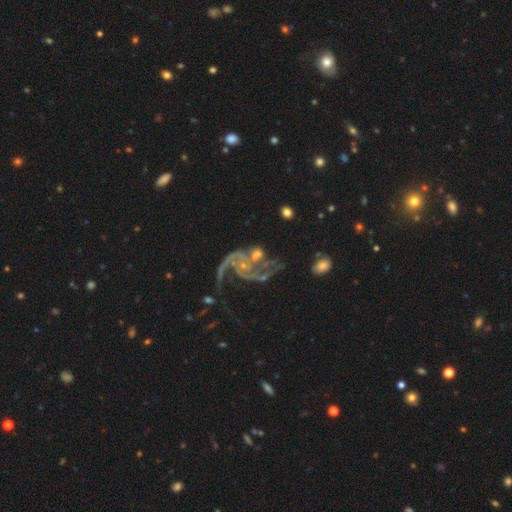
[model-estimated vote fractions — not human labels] Morphology: type=featured or disk (88%); edge-on=no (98%); bar=no (65%); spiral arms=yes (95%); winding=loose (44%); arm count=2 (63%); bulge=small (69%); merging=none (34%).